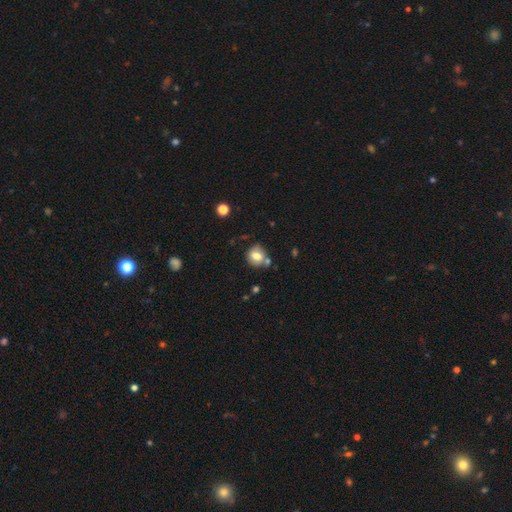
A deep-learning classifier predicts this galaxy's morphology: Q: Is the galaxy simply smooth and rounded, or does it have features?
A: smooth — 74%.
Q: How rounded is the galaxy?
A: round — 76%.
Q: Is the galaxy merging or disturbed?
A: none — 61%.